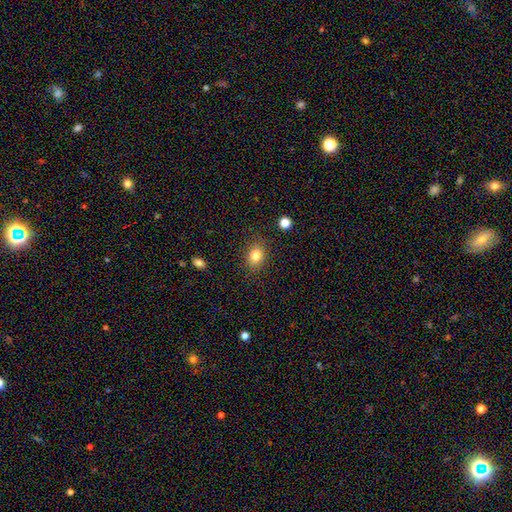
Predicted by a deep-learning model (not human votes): Smooth or featured? Predicted: smooth (p=0.82). How rounded? Predicted: in between (p=0.54). Merging? Predicted: none (p=0.86).